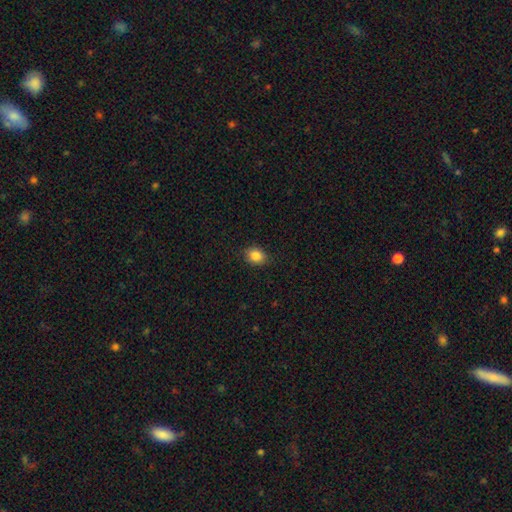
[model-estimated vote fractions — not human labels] Smooth or featured? Predicted: smooth (p=0.86). How rounded? Predicted: in between (p=0.51). Merging? Predicted: none (p=0.86).